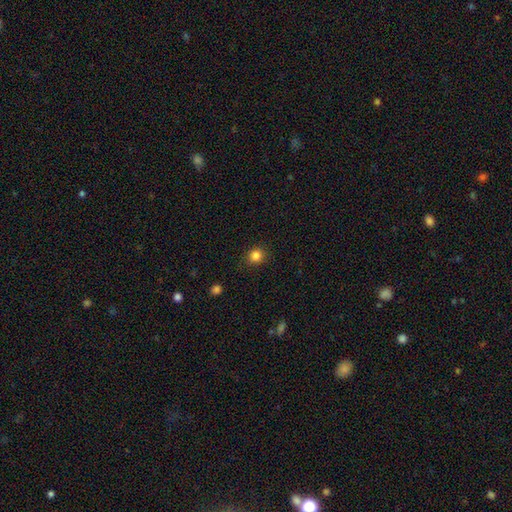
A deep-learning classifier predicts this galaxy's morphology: A smooth galaxy with no disk features (84%) that is round (87%). Merging: none (88%).